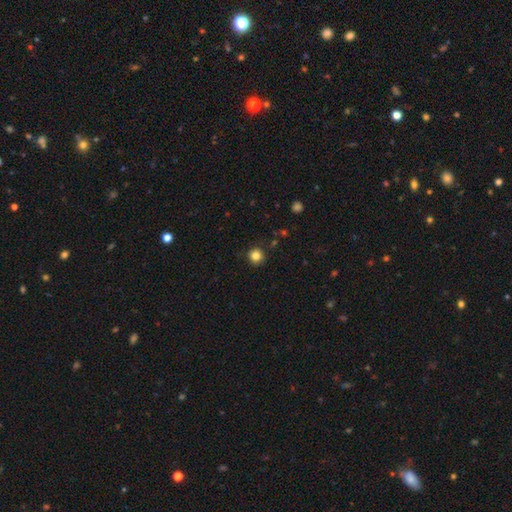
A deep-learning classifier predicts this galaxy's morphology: Overall: smooth (83%). How rounded: round (94%). Merging: none (89%).